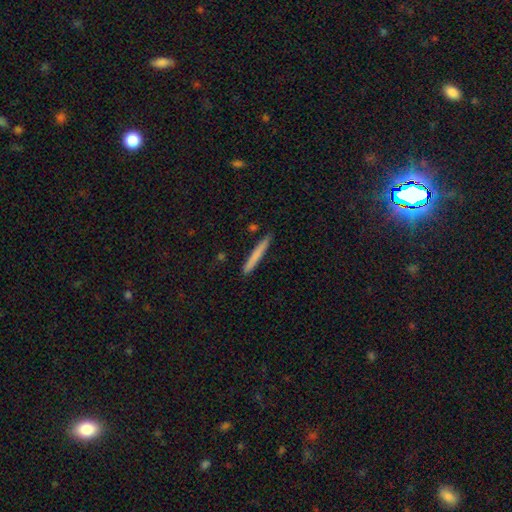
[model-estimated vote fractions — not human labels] Smooth or featured? Predicted: smooth (p=0.73). How rounded? Predicted: cigar-shaped (p=0.97). Merging? Predicted: none (p=0.89).